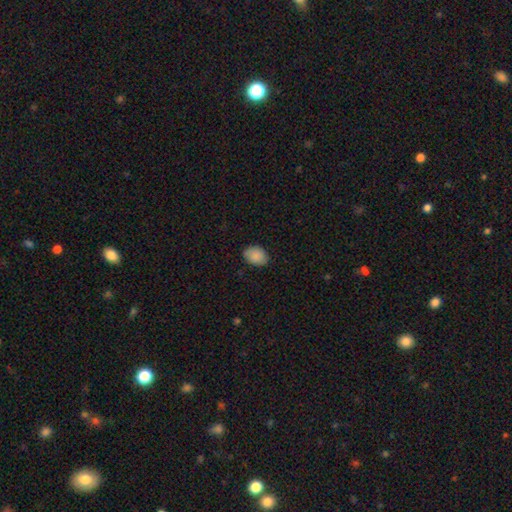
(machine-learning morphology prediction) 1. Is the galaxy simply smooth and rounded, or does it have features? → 88% smooth, 7% star or artifact, 5% featured or disk.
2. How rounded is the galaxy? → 73% in between, 26% round, 1% cigar-shaped.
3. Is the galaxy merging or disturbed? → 84% none, 13% minor disturbance, 2% major disturbance, 1% merger.